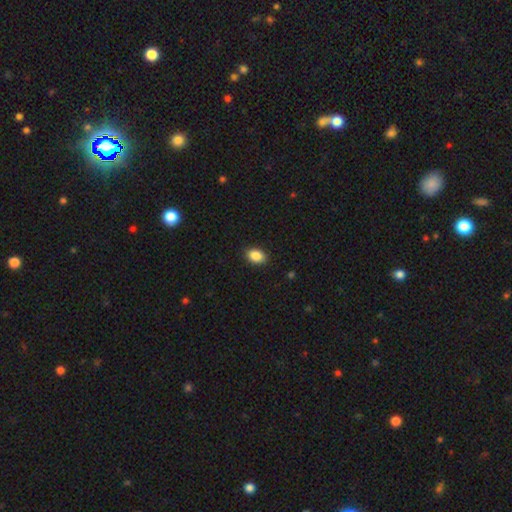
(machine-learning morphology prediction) A smooth galaxy with no disk features (88%) that is in between round and cigar-shaped (83%). Merging: none (89%).